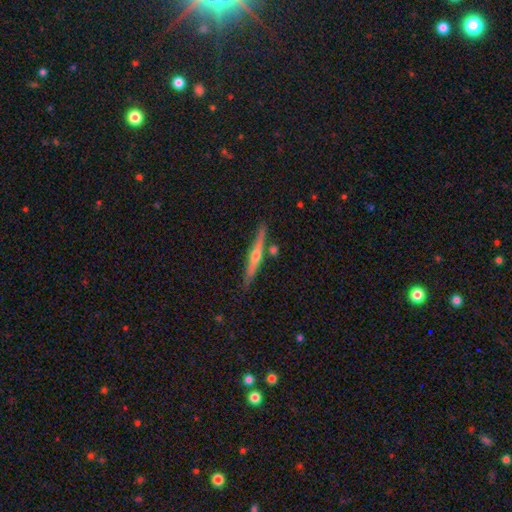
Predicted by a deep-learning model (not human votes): smooth-or-featured: featured or disk: 70% | smooth: 24% | star or artifact: 6%
  disk-edge-on: yes: 97% | no: 3%
    edge-on-bulge: rounded: 85% | none: 11% | boxy: 3%
  merging: none: 83% | minor disturbance: 10% | merger: 5% | major disturbance: 2%